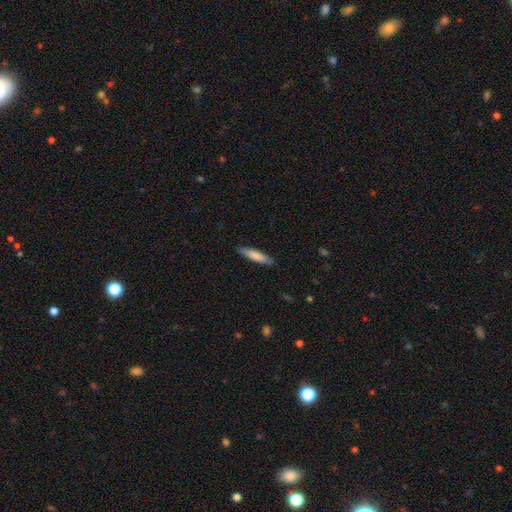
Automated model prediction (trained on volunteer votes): smooth_or_featured: smooth (p=0.81) [alt: featured or disk p=0.14]
how_rounded: cigar-shaped (p=0.80) [alt: in between p=0.19]
merging: none (p=0.88) [alt: minor disturbance p=0.09]